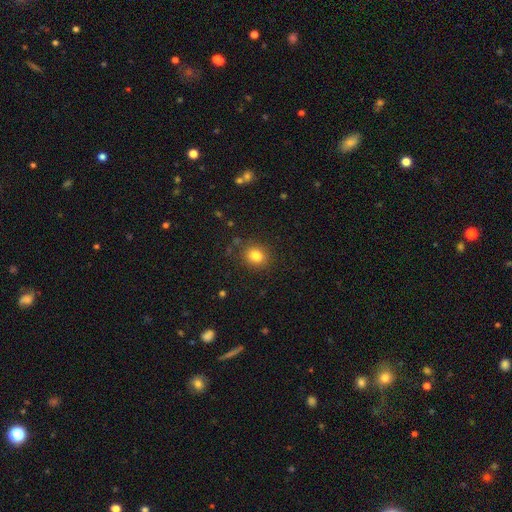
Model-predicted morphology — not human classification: Smooth or featured? Predicted: smooth (p=0.83). How rounded? Predicted: round (p=0.55). Merging? Predicted: none (p=0.82).